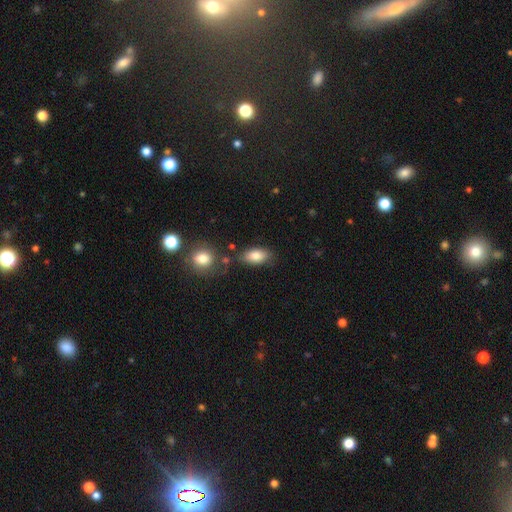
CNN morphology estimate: smooth_or_featured: smooth (p=0.83) [alt: featured or disk p=0.10]
how_rounded: in between (p=0.90) [alt: round p=0.05]
merging: none (p=0.71) [alt: minor disturbance p=0.16]